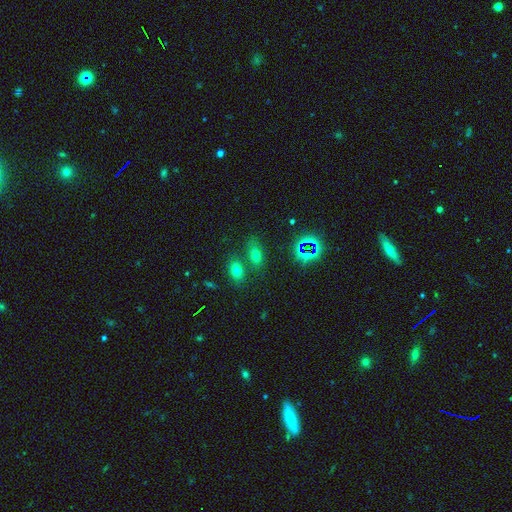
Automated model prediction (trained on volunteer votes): A smooth galaxy with no disk features (61%) that is in between round and cigar-shaped (82%). Merging: none (64%).